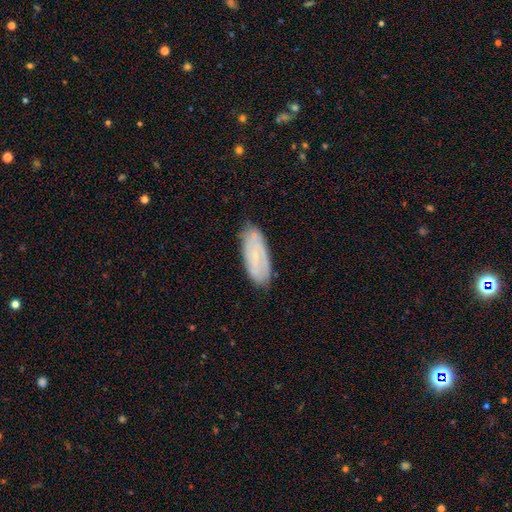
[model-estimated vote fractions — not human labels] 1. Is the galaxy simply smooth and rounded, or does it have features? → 53% featured or disk, 40% smooth, 8% star or artifact.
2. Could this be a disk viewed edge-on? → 87% no, 13% yes.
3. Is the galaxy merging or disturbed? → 75% none, 18% minor disturbance, 4% major disturbance, 3% merger.